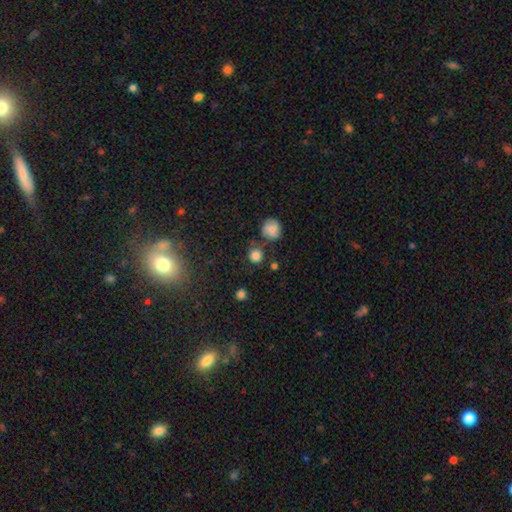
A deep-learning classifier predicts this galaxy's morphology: This is clearly a smooth galaxy (81%). How rounded: clearly round (90%). Merging: likely none (73%).